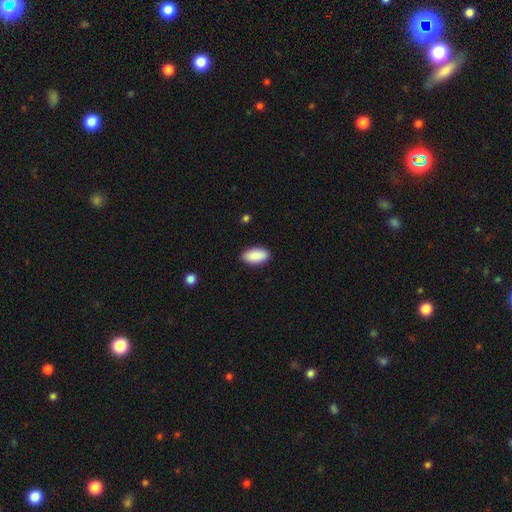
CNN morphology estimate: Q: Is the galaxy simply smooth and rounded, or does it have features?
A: smooth — 91%.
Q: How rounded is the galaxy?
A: in between — 94%.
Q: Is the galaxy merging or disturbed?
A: none — 89%.